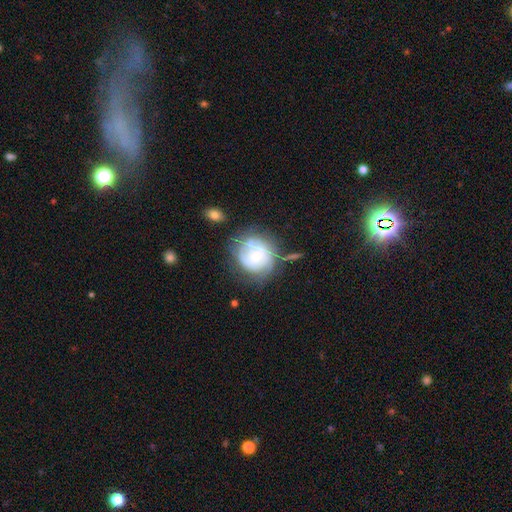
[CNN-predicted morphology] A featured or disk galaxy (62%) with no bar (75%), spiral arms (74%) and a small central bulge (54%). Merging: none (53%).